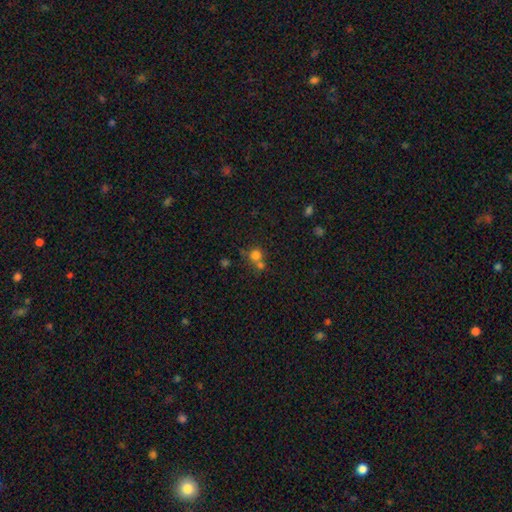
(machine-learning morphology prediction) A smooth galaxy with no disk features (74%) that is round (87%).

Vote fractions:
- Smooth or featured? smooth: 74% / star or artifact: 16% / featured or disk: 10%
- How rounded? round: 87% / in between: 12% / cigar-shaped: 1%
- Merging? none: 46% / merger: 43% / minor disturbance: 7% / major disturbance: 4%